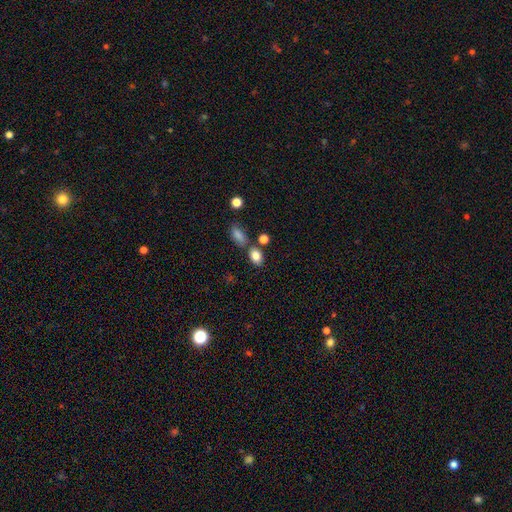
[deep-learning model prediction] The model was most divided on "merging": none: 68%, merger: 15%, minor disturbance: 13%, major disturbance: 4%. More confident: smooth or featured — smooth (83%); how rounded — in between (78%).